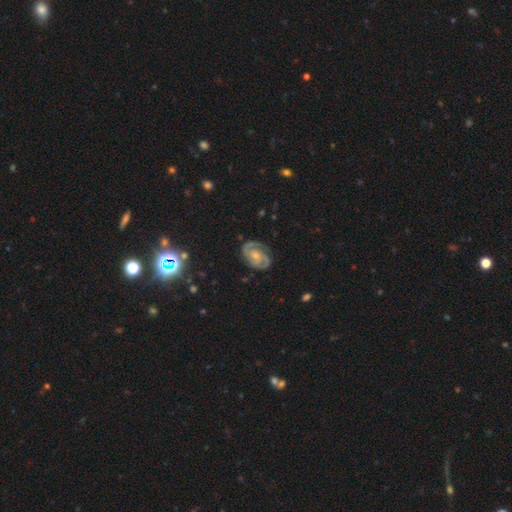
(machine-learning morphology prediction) A featured or disk galaxy (86%) with no bar (63%), 2 (80%) tight (56%) spiral arms (97%) and a moderate central bulge (46%).

Vote fractions:
- Smooth or featured? featured or disk: 86% / smooth: 9% / star or artifact: 5%
- Edge-on disk? no: 97% / yes: 3%
- Bar? no: 63% / weak: 30% / strong: 7%
- Spiral arms? yes: 97% / no: 3%
- Spiral winding? tight: 56% / medium: 37% / loose: 7%
- Spiral arm count? 2: 80% / 3: 7% / can't tell: 6% / 1: 3% / 4: 2% / more than 4: 2%
- Bulge size? moderate: 46% / small: 41% / none: 7% / large: 5% / dominant: 1%
- Merging? none: 78% / minor disturbance: 16% / major disturbance: 5% / merger: 1%